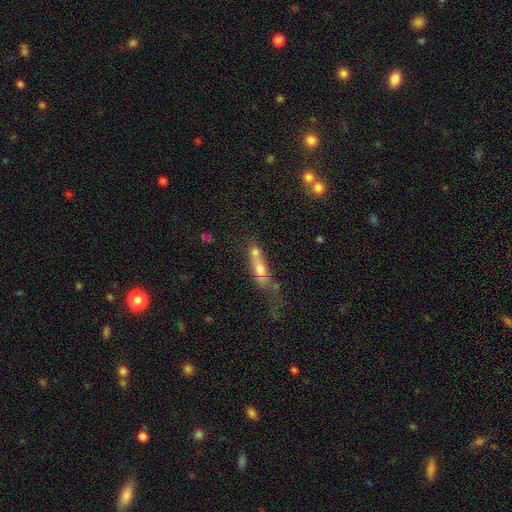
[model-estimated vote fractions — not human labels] Smooth or featured?
  - smooth: 46% *
  - featured or disk: 39%
  - star or artifact: 15%
Merging?
  - merger: 44% *
  - none: 24%
  - major disturbance: 18%
  - minor disturbance: 14%